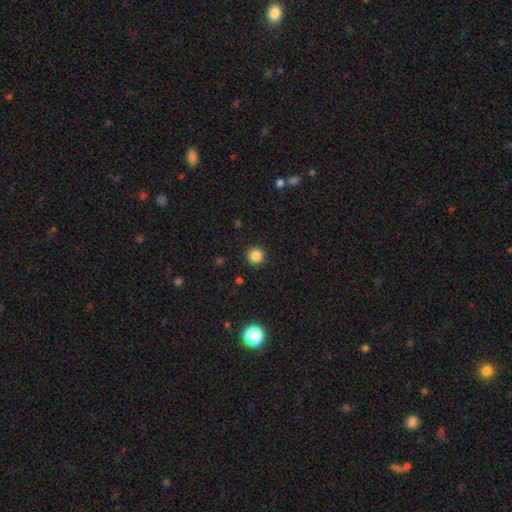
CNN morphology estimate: Overall: smooth (85%). How rounded: round (95%). Merging: none (91%).